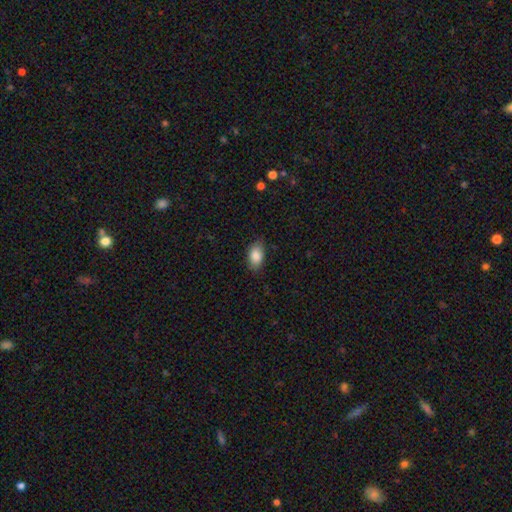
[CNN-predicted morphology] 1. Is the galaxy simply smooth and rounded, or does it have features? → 86% smooth, 7% star or artifact, 7% featured or disk.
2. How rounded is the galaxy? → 92% in between, 6% round, 2% cigar-shaped.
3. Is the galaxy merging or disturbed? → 83% none, 14% minor disturbance, 3% major disturbance, 1% merger.